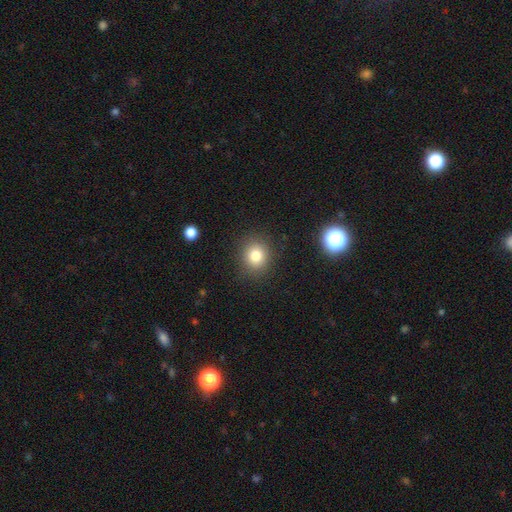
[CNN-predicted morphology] smooth-or-featured: smooth: 80% | star or artifact: 13% | featured or disk: 8%
  how-rounded: round: 78% | in between: 22% | cigar-shaped: 1%
  merging: none: 88% | minor disturbance: 8% | major disturbance: 3% | merger: 1%